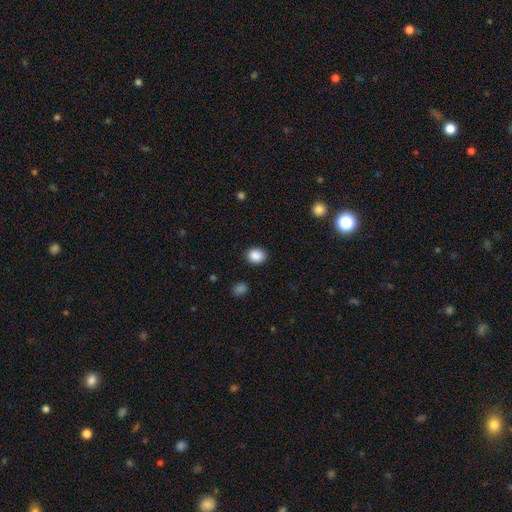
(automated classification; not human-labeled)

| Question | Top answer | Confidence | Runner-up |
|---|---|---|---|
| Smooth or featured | smooth | 88% | star or artifact (9%) |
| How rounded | round | 57% | in between (42%) |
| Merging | none | 88% | minor disturbance (8%) |